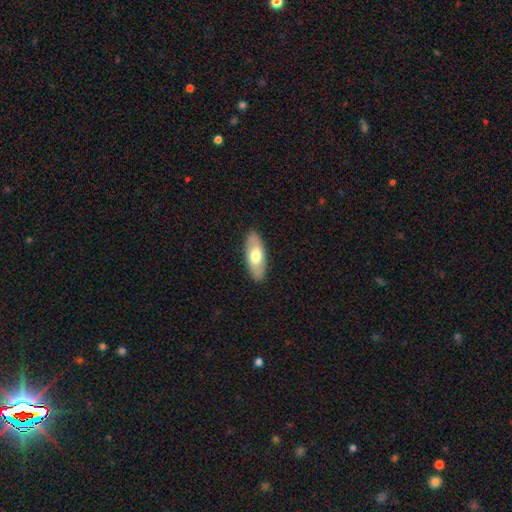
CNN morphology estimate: smooth 65%, featured or disk 30%, star or artifact 5%. Down the decision tree: how rounded — in between (82%); merging — none (89%).